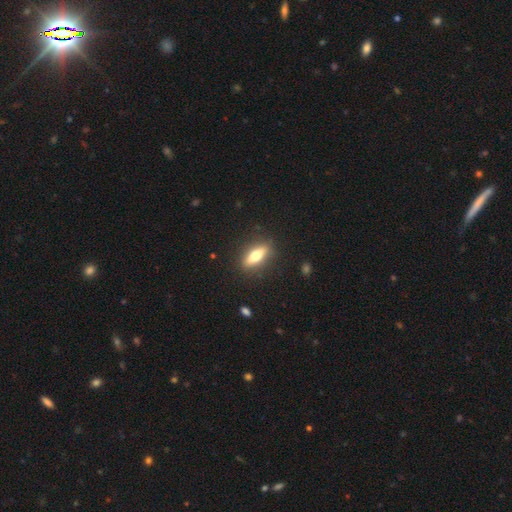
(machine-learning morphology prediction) Smooth or featured: smooth — 56% (featured or disk — 37%)
How rounded: in between — 57% (cigar-shaped — 38%)
Merging: none — 87% (minor disturbance — 9%)